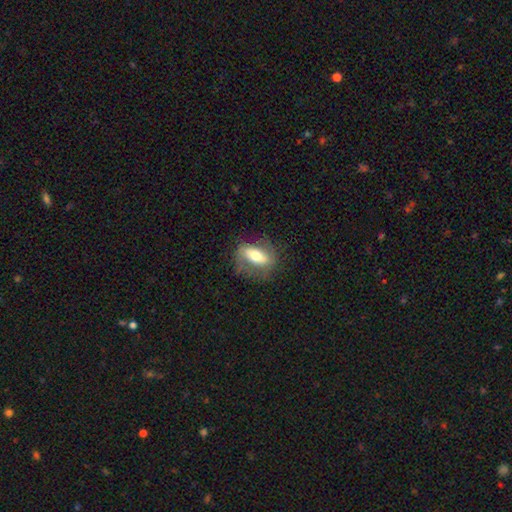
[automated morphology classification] Overall: smooth (48%; featured or disk 45%). Merging: none (66%).